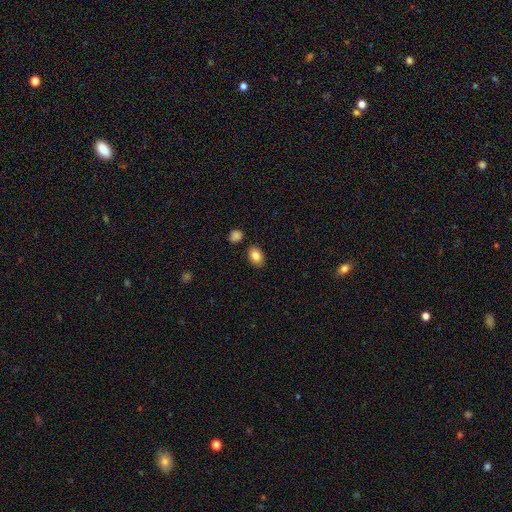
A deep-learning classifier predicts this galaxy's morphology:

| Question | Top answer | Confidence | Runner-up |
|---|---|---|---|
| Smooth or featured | smooth | 84% | star or artifact (8%) |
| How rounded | in between | 76% | round (23%) |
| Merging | none | 85% | minor disturbance (9%) |